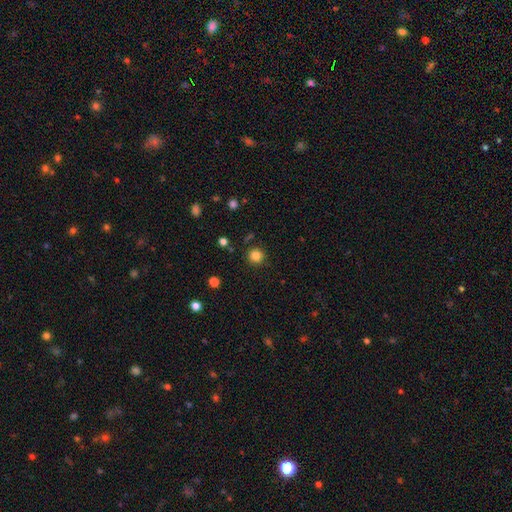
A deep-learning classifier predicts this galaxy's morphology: Q: Smooth or featured?
A: smooth (83%); runner-up: star or artifact (12%)
Q: How rounded?
A: round (94%); runner-up: in between (5%)
Q: Merging?
A: none (89%); runner-up: minor disturbance (7%)